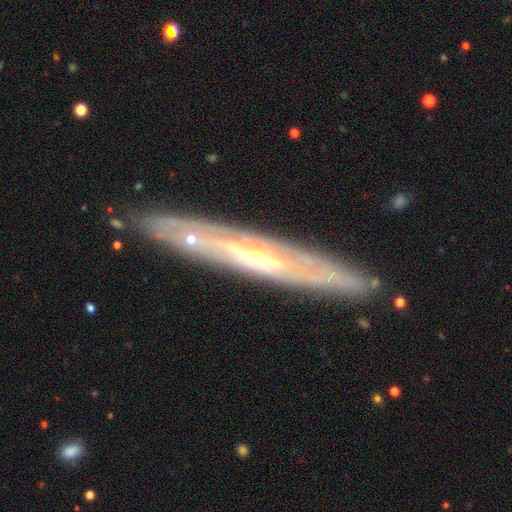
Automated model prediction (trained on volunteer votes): Overall: featured or disk (80%). Edge-on disk: yes (62%; no 38%). Merging: none (85%).